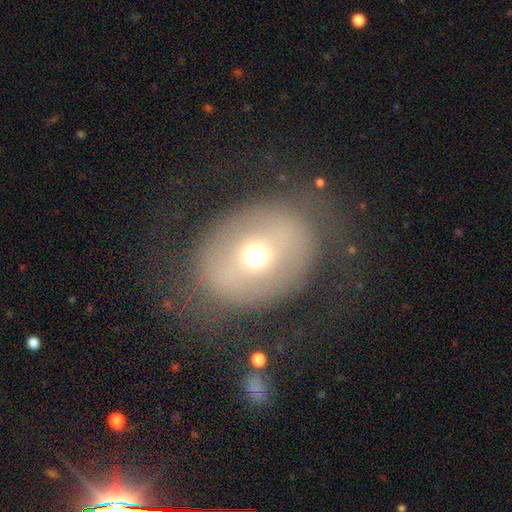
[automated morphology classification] This is possibly a smooth galaxy (49%). Merging: likely none (67%).